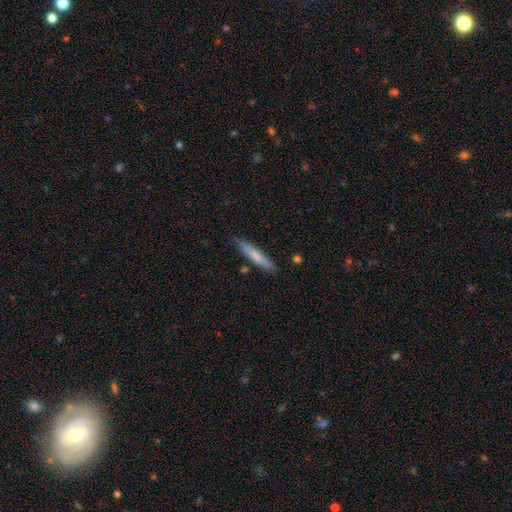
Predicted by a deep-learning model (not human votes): smooth-or-featured: smooth: 71% | featured or disk: 23% | star or artifact: 6%
  how-rounded: cigar-shaped: 91% | in between: 8% | round: 1%
  merging: none: 85% | minor disturbance: 11% | merger: 2% | major disturbance: 2%